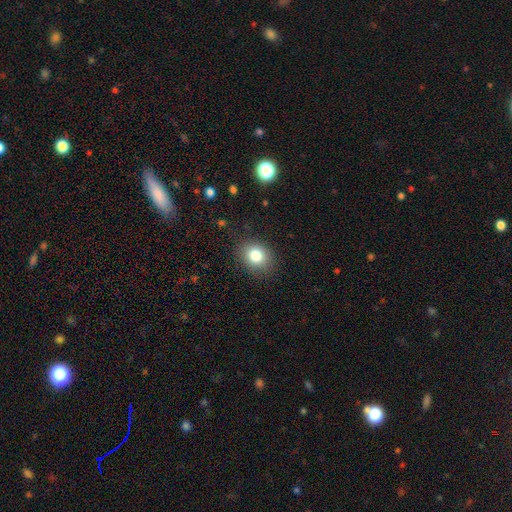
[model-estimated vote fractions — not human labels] Smooth or featured? Predicted: smooth (p=0.81). How rounded? Predicted: round (p=0.60). Merging? Predicted: none (p=0.86).